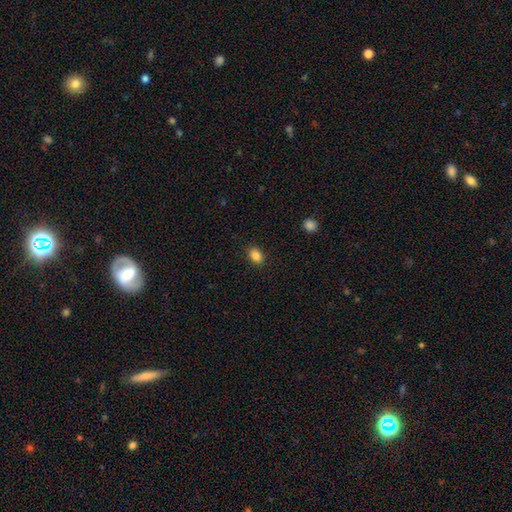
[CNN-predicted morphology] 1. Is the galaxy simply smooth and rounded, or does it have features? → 87% smooth, 10% star or artifact, 4% featured or disk.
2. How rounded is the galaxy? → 75% in between, 23% round, 1% cigar-shaped.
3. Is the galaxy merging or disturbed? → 88% none, 9% minor disturbance, 2% major disturbance, 1% merger.